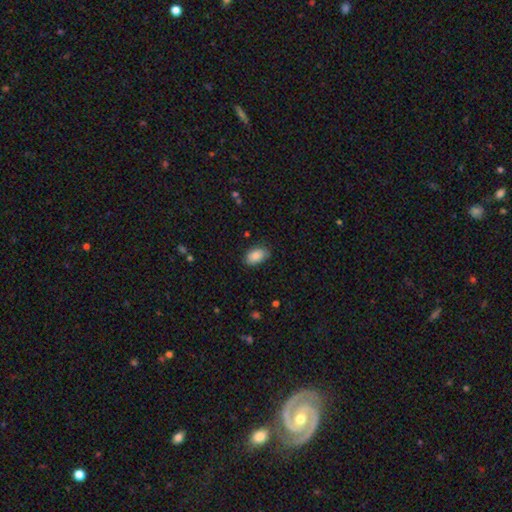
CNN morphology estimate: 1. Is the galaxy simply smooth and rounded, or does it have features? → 85% smooth, 8% featured or disk, 7% star or artifact.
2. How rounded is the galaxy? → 92% in between, 7% round, 1% cigar-shaped.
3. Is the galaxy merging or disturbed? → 76% none, 19% minor disturbance, 3% major disturbance, 1% merger.